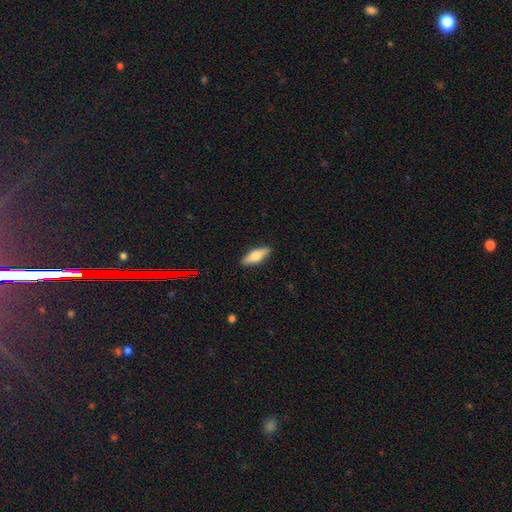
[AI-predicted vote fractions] This is likely a smooth galaxy (61%). How rounded: possibly in between (59%). Merging: clearly none (89%).